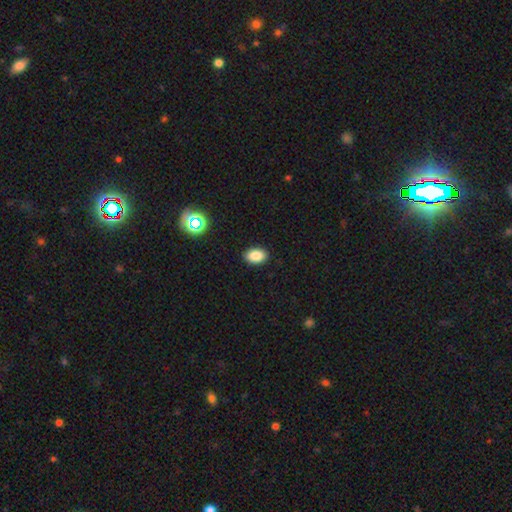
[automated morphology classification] Q: Smooth or featured?
A: smooth (84%); runner-up: star or artifact (11%)
Q: How rounded?
A: in between (85%); runner-up: round (14%)
Q: Merging?
A: none (90%); runner-up: minor disturbance (7%)